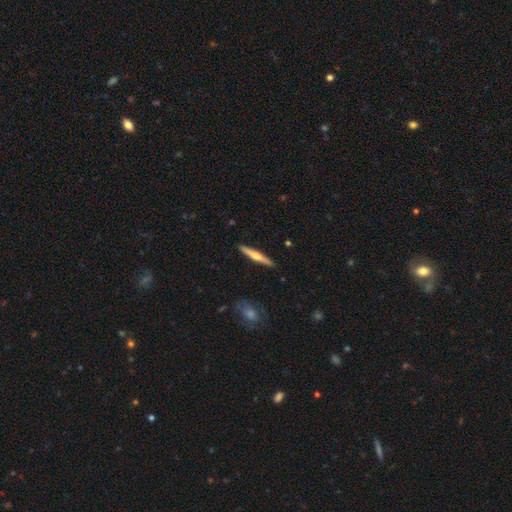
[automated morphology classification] Q: Smooth or featured?
A: featured or disk (53%); runner-up: smooth (42%)
Q: Edge-on disk?
A: yes (97%); runner-up: no (3%)
Q: Edge-on bulge?
A: rounded (82%); runner-up: none (12%)
Q: Merging?
A: none (90%); runner-up: minor disturbance (7%)